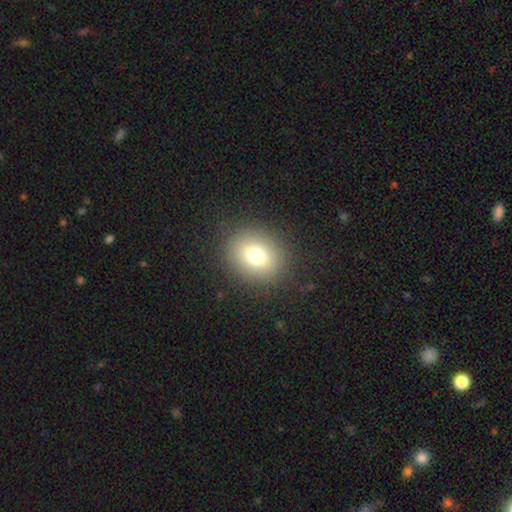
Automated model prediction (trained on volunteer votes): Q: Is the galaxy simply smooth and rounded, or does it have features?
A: smooth — 76%.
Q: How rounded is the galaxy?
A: round — 67%.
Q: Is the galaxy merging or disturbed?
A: none — 87%.